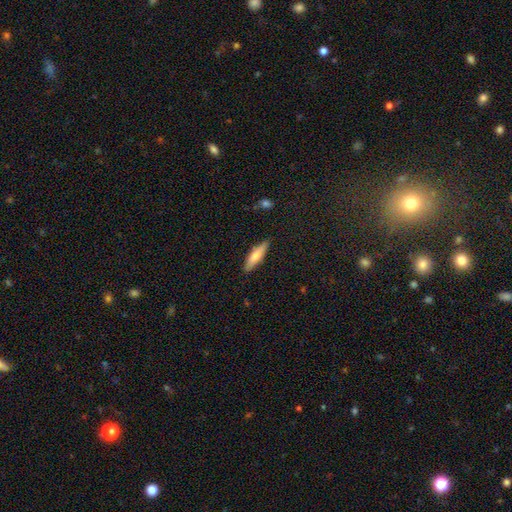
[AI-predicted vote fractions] Smooth or featured? Predicted: smooth (p=0.71). How rounded? Predicted: cigar-shaped (p=0.71). Merging? Predicted: none (p=0.86).